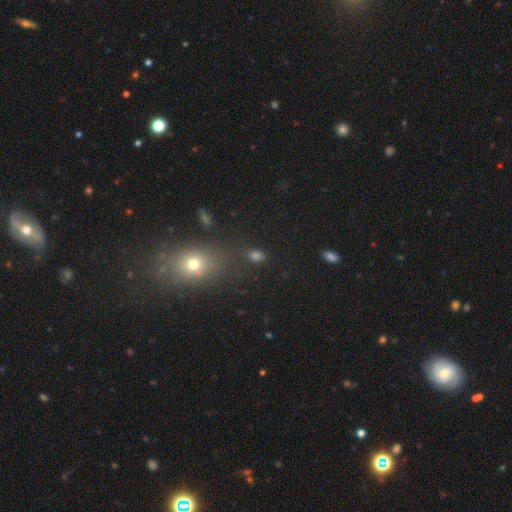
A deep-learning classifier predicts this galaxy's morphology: smooth_or_featured: smooth (p=0.66) [alt: star or artifact p=0.25]
how_rounded: in between (p=0.49) [alt: round p=0.48]
merging: none (p=0.72) [alt: minor disturbance p=0.12]